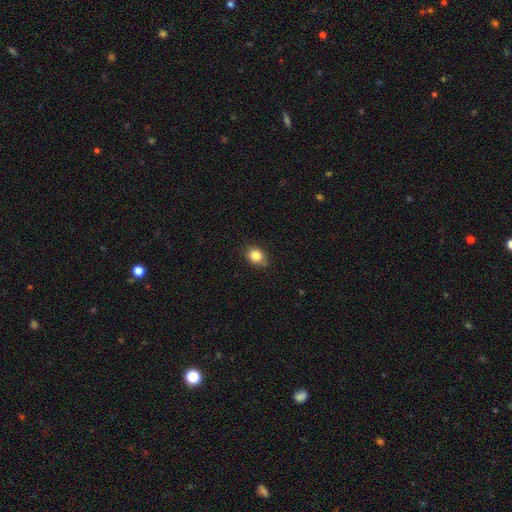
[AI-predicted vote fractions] Smooth or featured?
  - smooth: 83% *
  - star or artifact: 10%
  - featured or disk: 7%
How rounded?
  - round: 54% *
  - in between: 44%
  - cigar-shaped: 1%
Merging?
  - none: 80% *
  - minor disturbance: 16%
  - major disturbance: 3%
  - merger: 2%